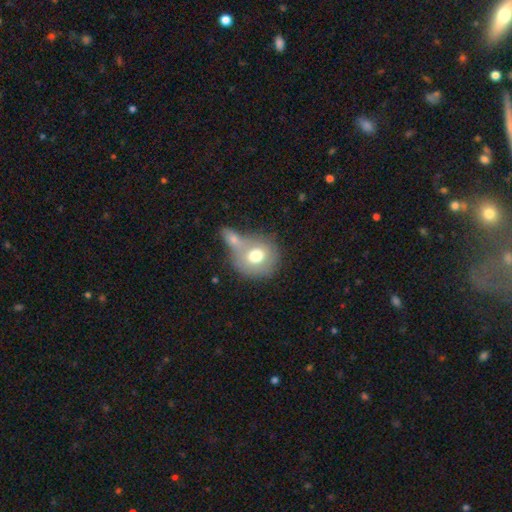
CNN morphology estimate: Smooth or featured? Predicted: smooth (p=0.70). How rounded? Predicted: round (p=0.84). Merging? Predicted: merger (p=0.42).